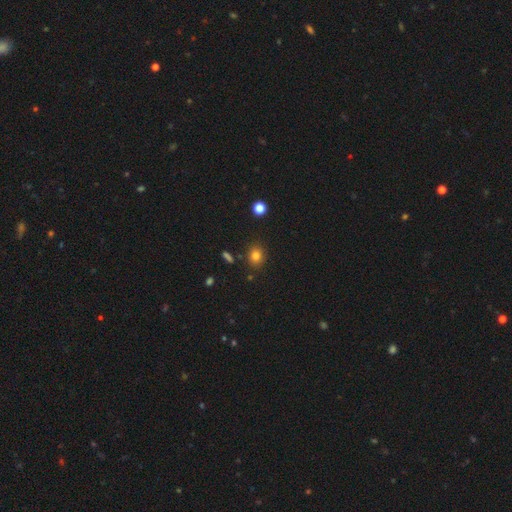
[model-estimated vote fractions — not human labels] The model was most divided on "how rounded": round: 70%, in between: 29%, cigar-shaped: 1%. More confident: merging — none (86%); smooth or featured — smooth (80%).